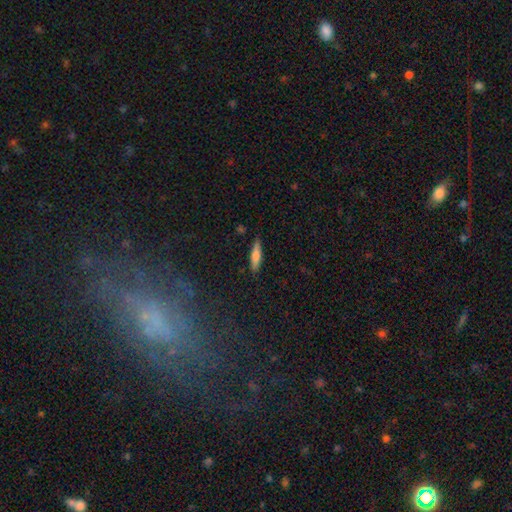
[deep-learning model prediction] This is likely a smooth galaxy (66%). How rounded: likely cigar-shaped (77%). Merging: clearly none (88%).